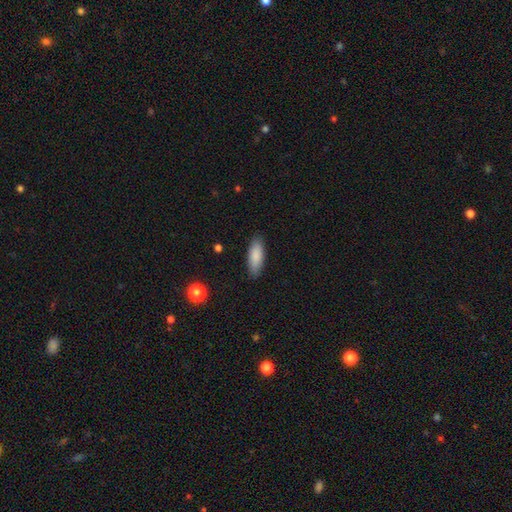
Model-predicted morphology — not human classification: This is clearly a smooth galaxy (86%). How rounded: likely in between (65%). Merging: clearly none (87%).